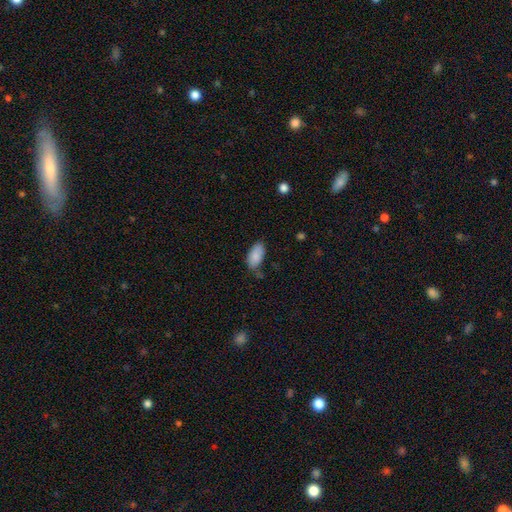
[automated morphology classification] Q: Smooth or featured?
A: smooth (87%); runner-up: star or artifact (7%)
Q: How rounded?
A: in between (94%); runner-up: cigar-shaped (4%)
Q: Merging?
A: none (66%); runner-up: minor disturbance (25%)